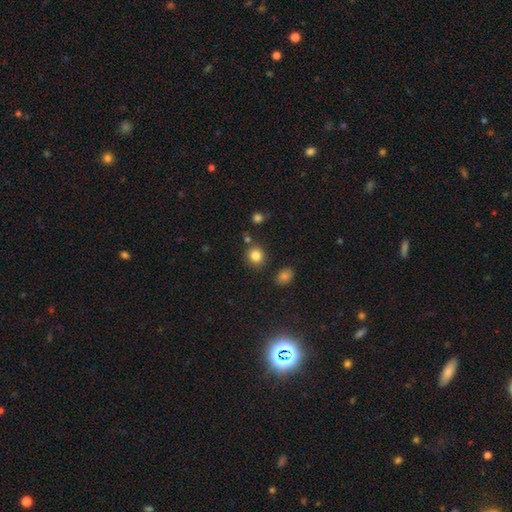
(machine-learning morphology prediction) smooth 82%, star or artifact 12%, featured or disk 6%. Down the decision tree: how rounded — round (87%); merging — none (82%).